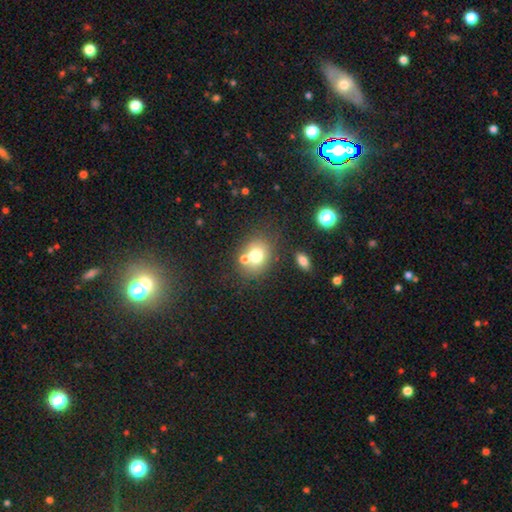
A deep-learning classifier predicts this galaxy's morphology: A smooth galaxy with no disk features (72%) that is round (58%).

Vote fractions:
- Smooth or featured? smooth: 72% / featured or disk: 16% / star or artifact: 12%
- How rounded? round: 58% / in between: 41% / cigar-shaped: 1%
- Merging? none: 56% / merger: 28% / minor disturbance: 12% / major disturbance: 5%